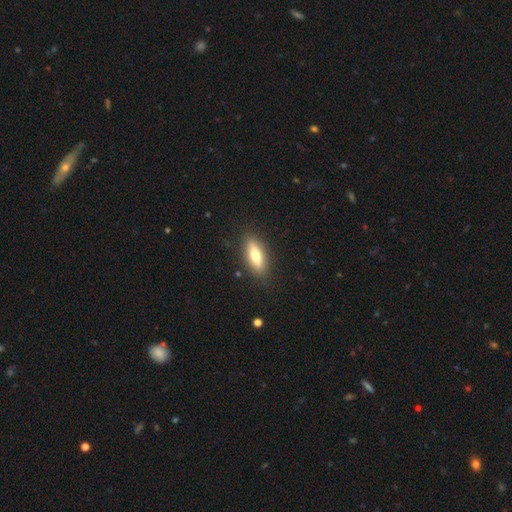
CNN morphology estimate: A smooth galaxy with no disk features (65%) that is in between round and cigar-shaped (60%). Merging: none (87%).